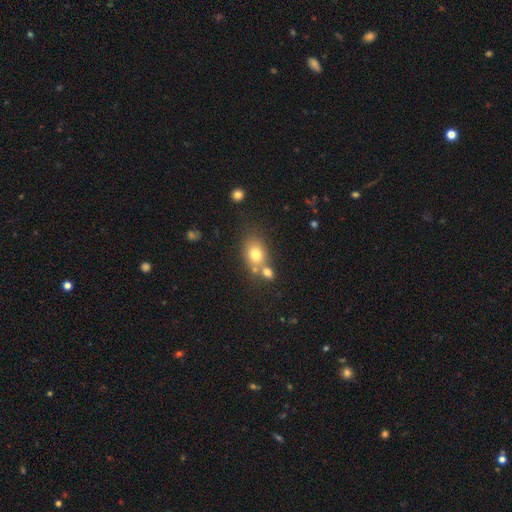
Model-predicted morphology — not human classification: A smooth galaxy with no disk features (67%) that is in between round and cigar-shaped (49%). Merging: none (53%).